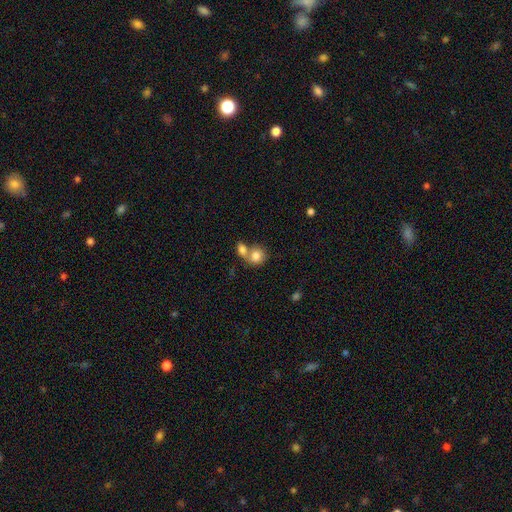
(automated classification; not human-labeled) Overall: smooth (80%). How rounded: round (68%; in between 31%). Merging: merger (60%; none 29%).